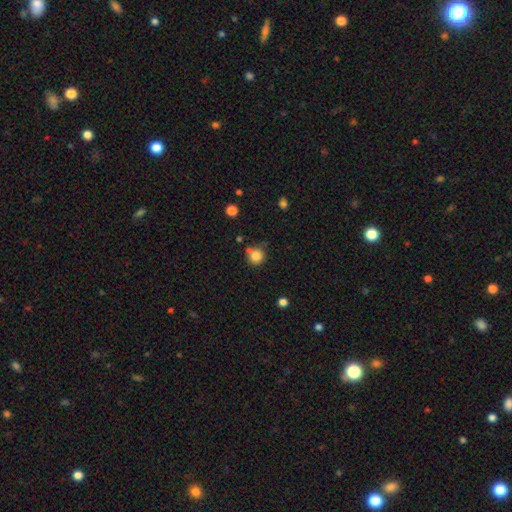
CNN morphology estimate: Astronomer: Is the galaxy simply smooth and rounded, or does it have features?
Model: smooth — 83%.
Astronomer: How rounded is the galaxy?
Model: round — 92%.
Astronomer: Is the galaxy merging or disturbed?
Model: none — 70%.